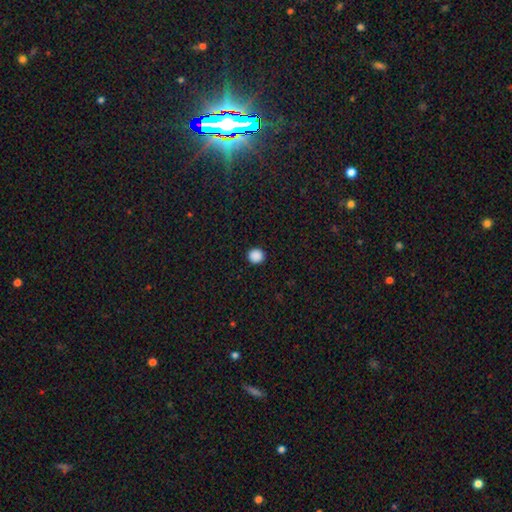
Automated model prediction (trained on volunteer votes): Overall: smooth (89%). How rounded: round (92%). Merging: none (93%).